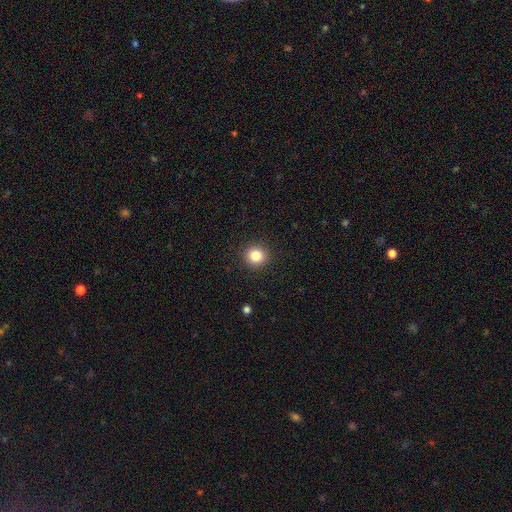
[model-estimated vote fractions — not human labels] Smooth or featured? Predicted: smooth (p=0.83). How rounded? Predicted: round (p=0.92). Merging? Predicted: none (p=0.92).